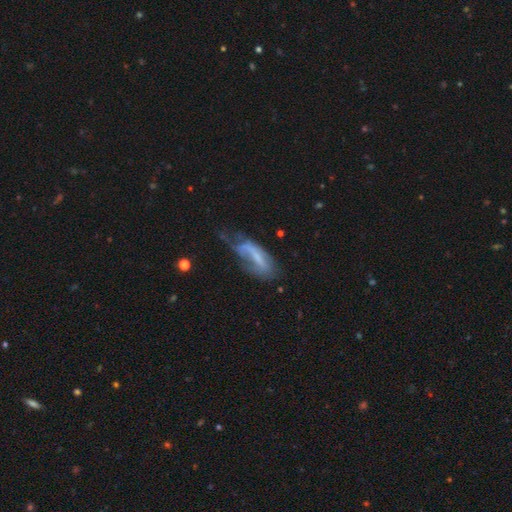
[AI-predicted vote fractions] Smooth or featured? featured or disk (52%)
Edge-on disk? no (82%)
Merging? major disturbance (37%)